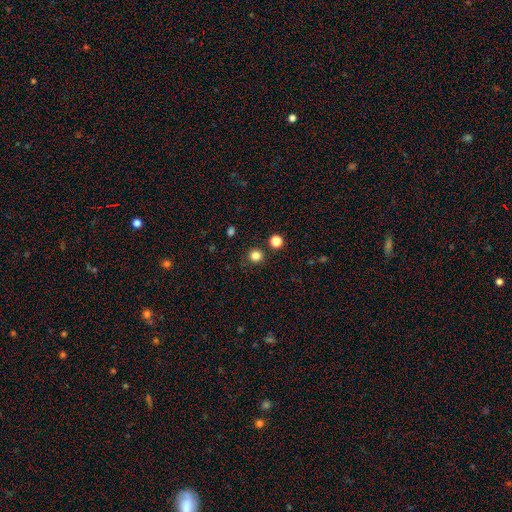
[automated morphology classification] type=smooth (83%); roundness=round (94%); merging=none (89%).